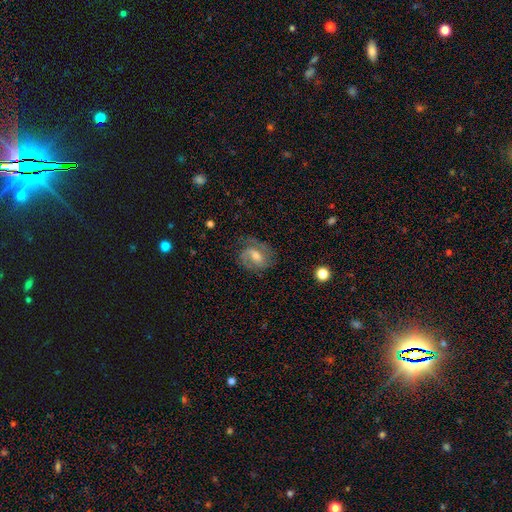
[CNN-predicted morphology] This is likely a featured or disk galaxy (77%). It is clearly not viewed edge-on (97%). Bar: possibly weak (53%). Spiral arm pattern: clearly yes (93%). Spiral arm count: likely 2 (71%). Spiral winding: possibly medium (47%). Central bulge: possibly moderate (57%). Merging: likely none (70%).